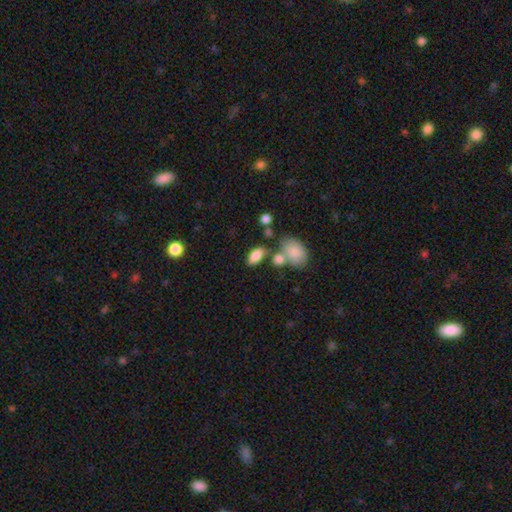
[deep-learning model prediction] Morphology: type=smooth (82%); roundness=in between (89%); merging=none (62%).